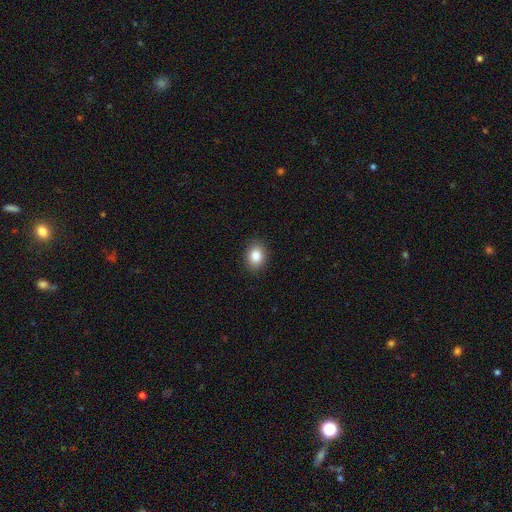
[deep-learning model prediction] smooth_or_featured: smooth (p=0.85) [alt: star or artifact p=0.09]
how_rounded: in between (p=0.62) [alt: round p=0.37]
merging: none (p=0.89) [alt: minor disturbance p=0.08]